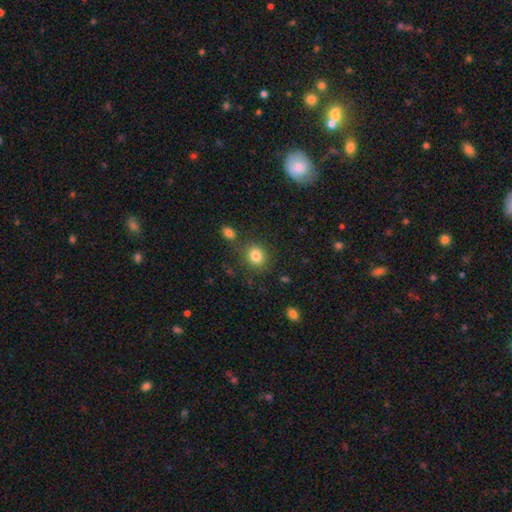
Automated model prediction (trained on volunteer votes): A smooth galaxy with no disk features (83%) that is round (73%). Merging: none (79%).